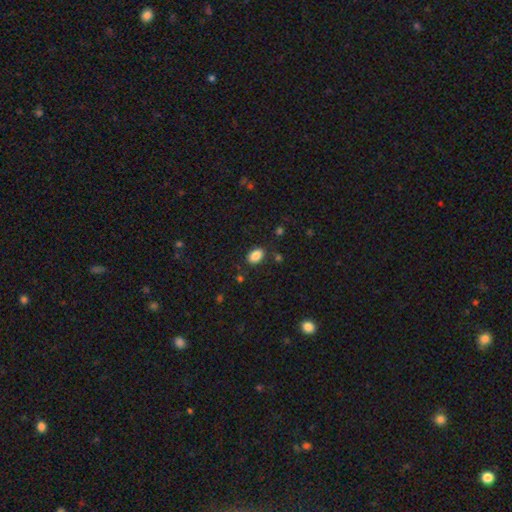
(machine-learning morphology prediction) The model was most divided on "how rounded": in between: 85%, round: 13%, cigar-shaped: 1%. More confident: smooth or featured — smooth (87%); merging — none (84%).